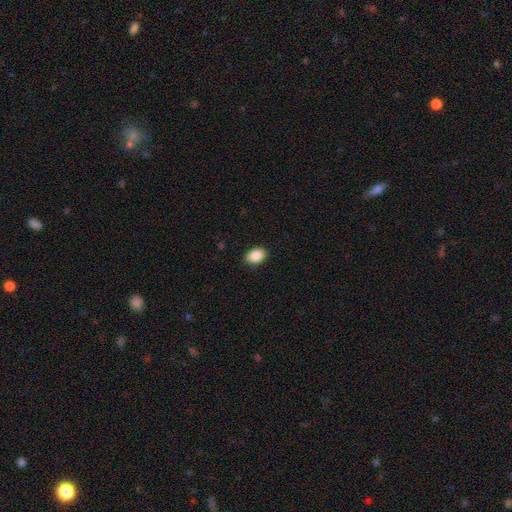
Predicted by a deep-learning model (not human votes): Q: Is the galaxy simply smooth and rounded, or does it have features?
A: smooth — 87%.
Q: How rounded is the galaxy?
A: in between — 83%.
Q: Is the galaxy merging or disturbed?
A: none — 89%.